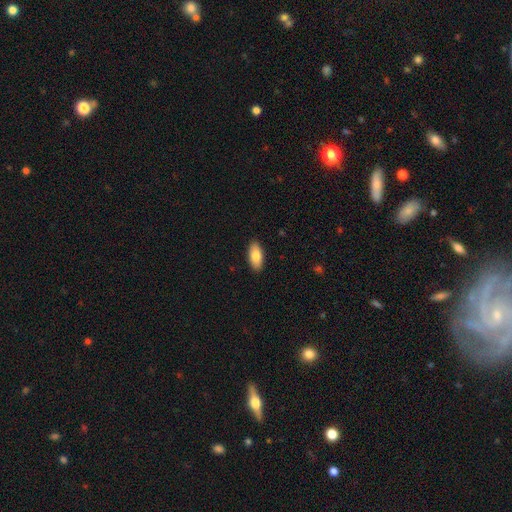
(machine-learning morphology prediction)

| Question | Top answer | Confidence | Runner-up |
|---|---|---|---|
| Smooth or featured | smooth | 84% | featured or disk (10%) |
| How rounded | in between | 90% | cigar-shaped (8%) |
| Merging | none | 90% | minor disturbance (7%) |